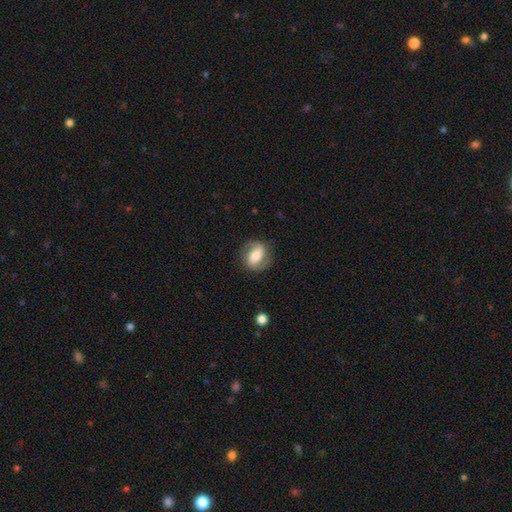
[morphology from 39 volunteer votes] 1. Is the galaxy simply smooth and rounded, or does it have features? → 54% featured or disk, 38% smooth, 8% star or artifact.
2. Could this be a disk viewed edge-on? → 95% no, 5% yes.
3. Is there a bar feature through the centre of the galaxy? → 50% strong, 40% weak, 10% no.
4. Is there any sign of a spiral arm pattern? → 85% yes, 15% no.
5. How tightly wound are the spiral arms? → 41% medium, 35% tight, 24% loose.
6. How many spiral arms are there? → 82% 2, 12% can't tell, 6% 1, 0% 3, 0% 4, 0% more than 4.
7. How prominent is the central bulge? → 50% moderate, 40% large, 5% dominant, 5% none, 0% small.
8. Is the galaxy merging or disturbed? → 81% none, 17% minor disturbance, 3% major disturbance, 0% merger.